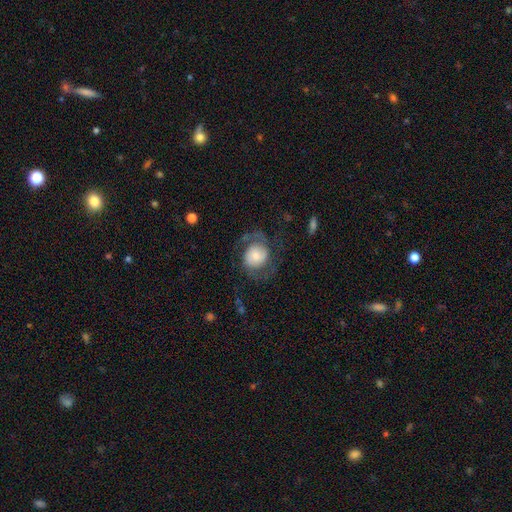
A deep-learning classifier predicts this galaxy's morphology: A featured or disk galaxy (61%) with no bar (70%), 2 (85%) medium (46%) spiral arms (86%) and a small central bulge (38%).

Vote fractions:
- Smooth or featured? featured or disk: 61% / smooth: 31% / star or artifact: 8%
- Edge-on disk? no: 98% / yes: 2%
- Bar? no: 70% / weak: 24% / strong: 6%
- Spiral arms? yes: 86% / no: 14%
- Spiral winding? medium: 46% / loose: 32% / tight: 21%
- Spiral arm count? 2: 85% / can't tell: 6% / 1: 5% / 3: 2% / 4: 1% / more than 4: 1%
- Bulge size? small: 38% / moderate: 36% / large: 16% / dominant: 6% / none: 4%
- Merging? none: 60% / major disturbance: 21% / minor disturbance: 17% / merger: 2%